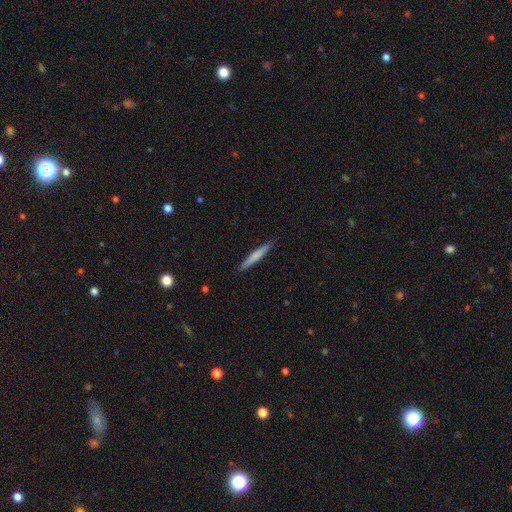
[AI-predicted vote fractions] The model was most divided on "smooth or featured": smooth: 68%, featured or disk: 27%, star or artifact: 5%. More confident: how rounded — cigar-shaped (96%); merging — none (89%).